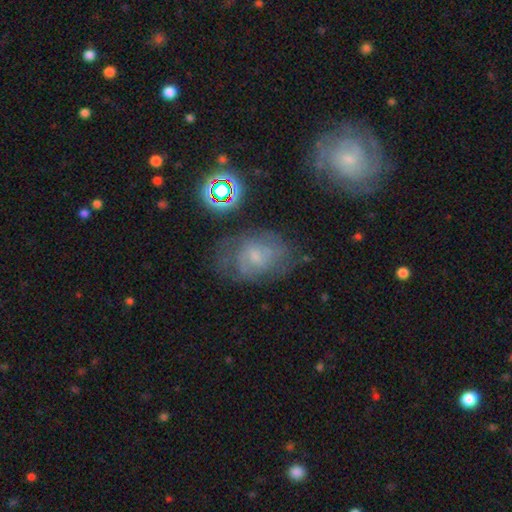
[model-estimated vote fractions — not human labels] smooth-or-featured: featured or disk: 56% | smooth: 29% | star or artifact: 16%
  disk-edge-on: no: 96% | yes: 4%
    bar: no: 58% | weak: 36% | strong: 6%
    has-spiral-arms: yes: 80% | no: 20%
    bulge-size: small: 60% | moderate: 25% | none: 11% | large: 2% | dominant: 1%
  merging: none: 61% | minor disturbance: 22% | major disturbance: 13% | merger: 4%